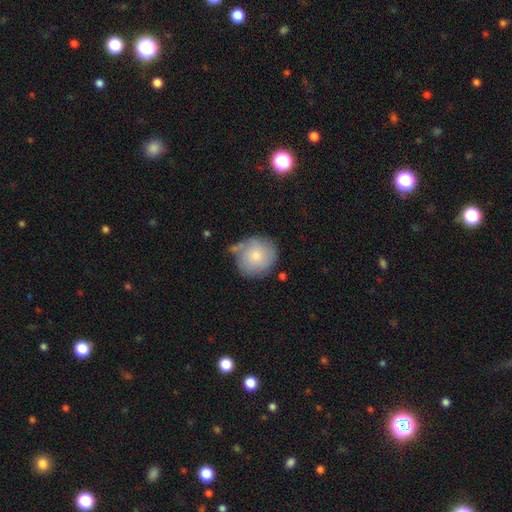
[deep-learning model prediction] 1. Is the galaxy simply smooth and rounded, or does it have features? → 76% smooth, 17% featured or disk, 6% star or artifact.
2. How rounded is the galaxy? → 91% round, 8% in between, 1% cigar-shaped.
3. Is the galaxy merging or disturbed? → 63% none, 23% minor disturbance, 9% merger, 6% major disturbance.